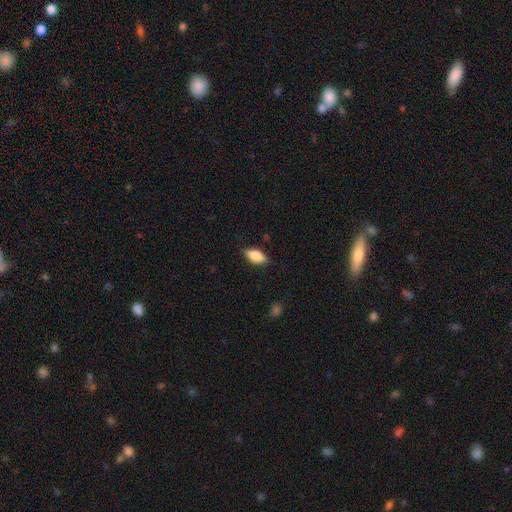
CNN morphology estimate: Overall: smooth (76%). How rounded: in between (87%). Merging: none (80%).